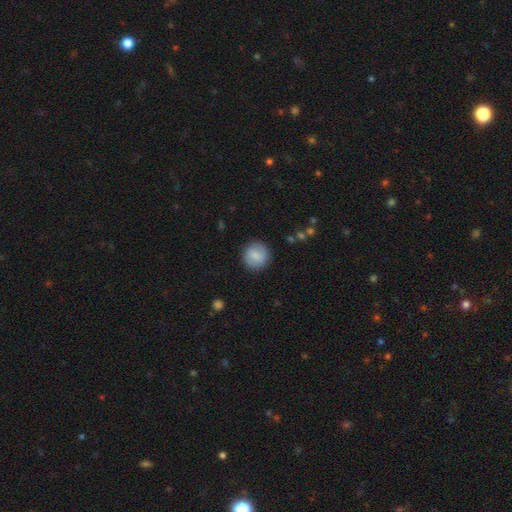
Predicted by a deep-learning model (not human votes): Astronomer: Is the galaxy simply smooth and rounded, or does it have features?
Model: smooth — 84%.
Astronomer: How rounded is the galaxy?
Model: round — 93%.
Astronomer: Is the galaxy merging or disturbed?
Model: none — 89%.